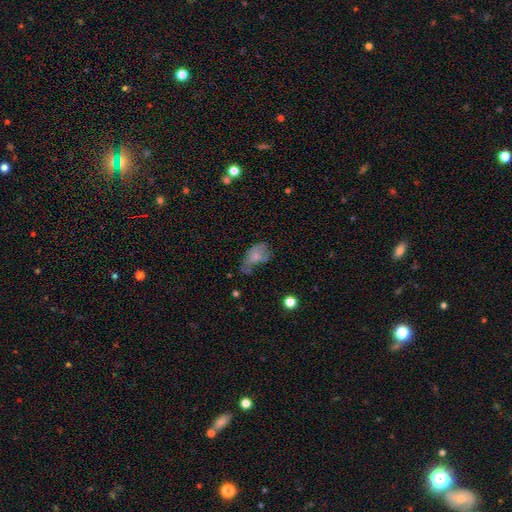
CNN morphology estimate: Smooth or featured? Predicted: smooth (p=0.65). How rounded? Predicted: in between (p=0.88). Merging? Predicted: major disturbance (p=0.35).